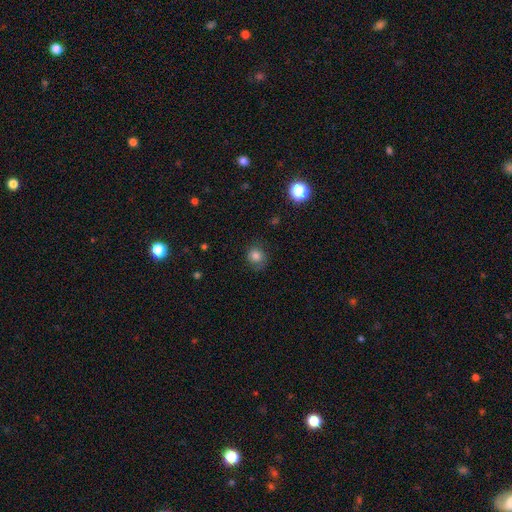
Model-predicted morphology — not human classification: smooth_or_featured: smooth (p=0.79) [alt: star or artifact p=0.12]
how_rounded: round (p=0.83) [alt: in between p=0.16]
merging: none (p=0.71) [alt: minor disturbance p=0.20]